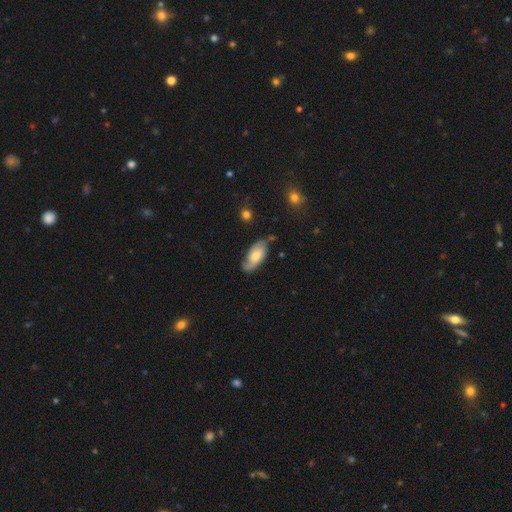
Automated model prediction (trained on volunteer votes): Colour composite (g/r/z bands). It shows a featured or disk galaxy (58%) with no bar (62%), spiral arms (88%) and a moderate central bulge (52%). Merging: none (65%).